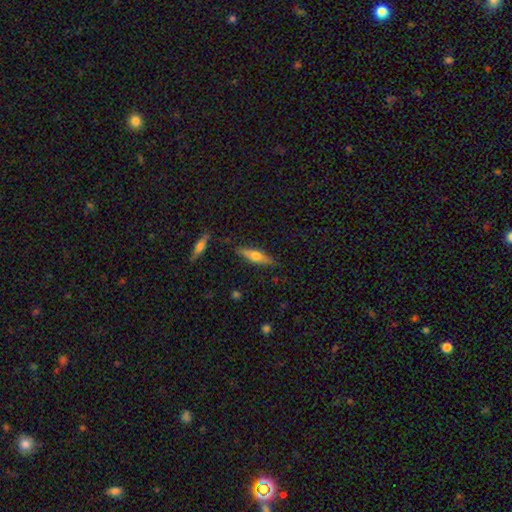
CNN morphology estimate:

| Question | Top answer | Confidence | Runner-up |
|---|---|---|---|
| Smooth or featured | featured or disk | 48% | smooth (46%) |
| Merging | none | 85% | minor disturbance (11%) |